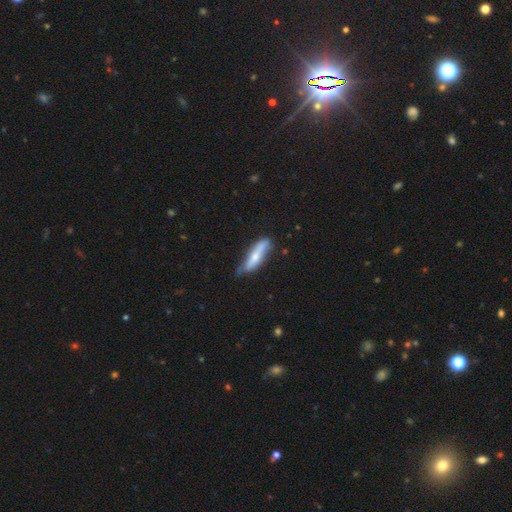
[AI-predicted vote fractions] Overall: smooth (59%; featured or disk 35%). How rounded: cigar-shaped (72%). Merging: none (57%; minor disturbance 33%).